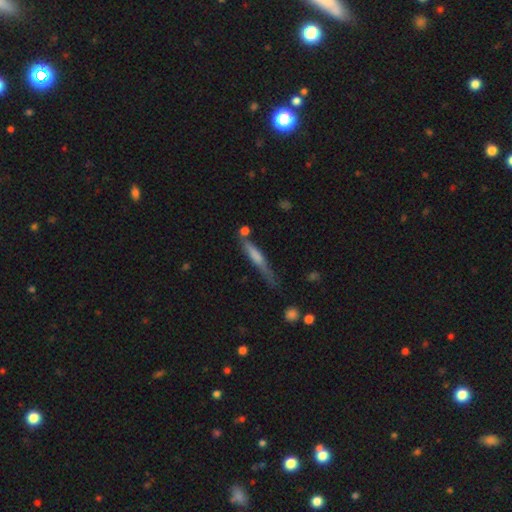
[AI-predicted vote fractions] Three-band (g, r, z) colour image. It shows a smooth galaxy with no disk features (54%) that is cigar-shaped (90%). Merging: none (49%).